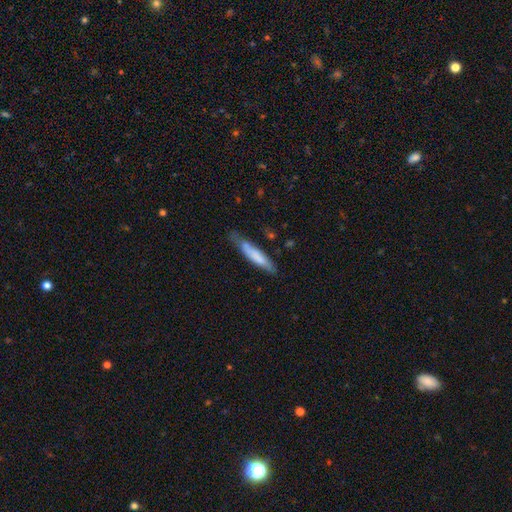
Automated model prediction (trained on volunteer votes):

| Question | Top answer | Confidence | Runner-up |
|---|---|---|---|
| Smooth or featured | smooth | 67% | featured or disk (28%) |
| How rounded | cigar-shaped | 86% | in between (13%) |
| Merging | none | 60% | minor disturbance (29%) |